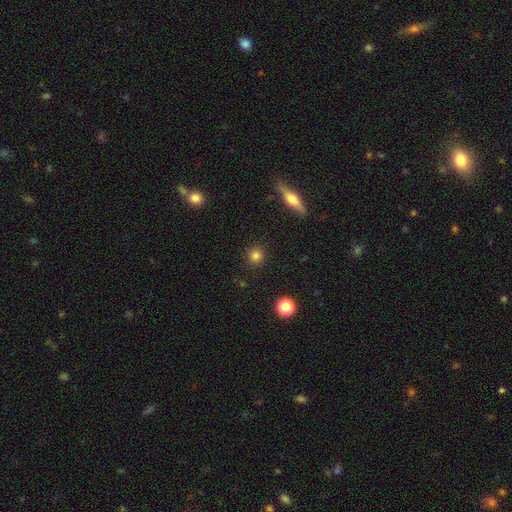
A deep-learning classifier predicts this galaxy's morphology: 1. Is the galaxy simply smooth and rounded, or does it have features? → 82% smooth, 12% star or artifact, 6% featured or disk.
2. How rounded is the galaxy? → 90% round, 9% in between, 2% cigar-shaped.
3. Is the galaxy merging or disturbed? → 90% none, 6% minor disturbance, 2% major disturbance, 2% merger.